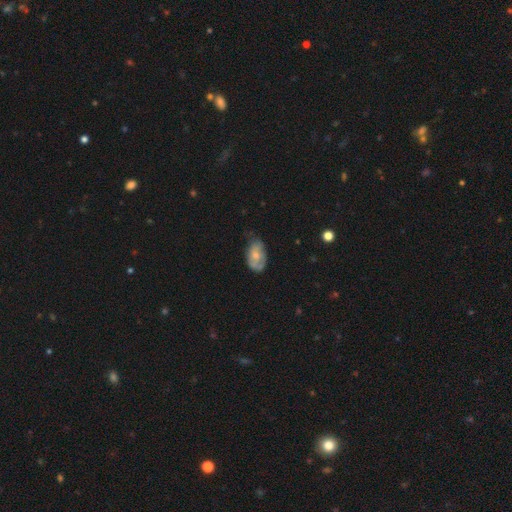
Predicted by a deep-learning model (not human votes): Smooth or featured? Predicted: smooth (p=0.55). How rounded? Predicted: in between (p=0.90). Merging? Predicted: none (p=0.43).